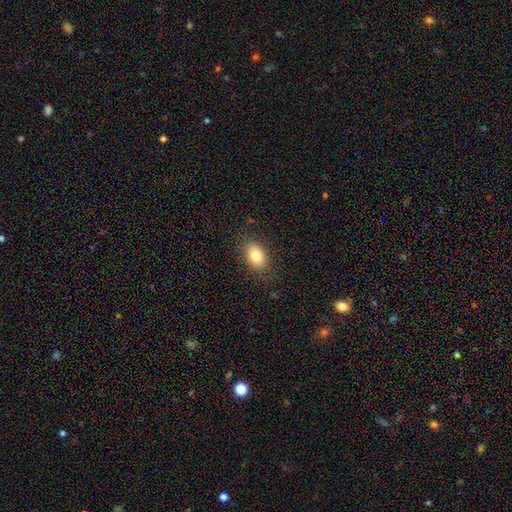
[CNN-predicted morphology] This appears to be a smooth galaxy with no disk features (80%) that is in between round and cigar-shaped (82%). Merging: none (83%).